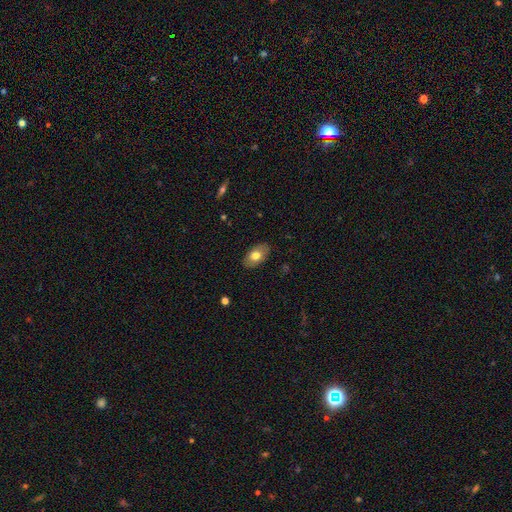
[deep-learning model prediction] A smooth galaxy with no disk features (72%) that is in between round and cigar-shaped (92%).

Vote fractions:
- Smooth or featured? smooth: 72% / featured or disk: 22% / star or artifact: 7%
- How rounded? in between: 92% / round: 6% / cigar-shaped: 2%
- Merging? none: 86% / minor disturbance: 11% / major disturbance: 2% / merger: 1%